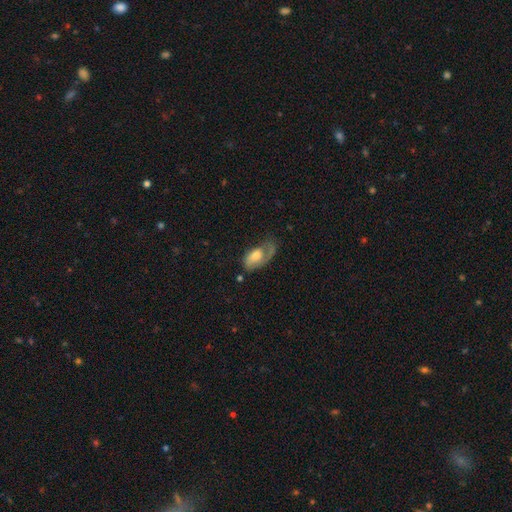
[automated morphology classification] Smooth or featured?
  - featured or disk: 50% *
  - smooth: 43%
  - star or artifact: 7%
Edge-on disk?
  - no: 93% *
  - yes: 7%
Merging?
  - none: 37% *
  - major disturbance: 34%
  - minor disturbance: 26%
  - merger: 4%